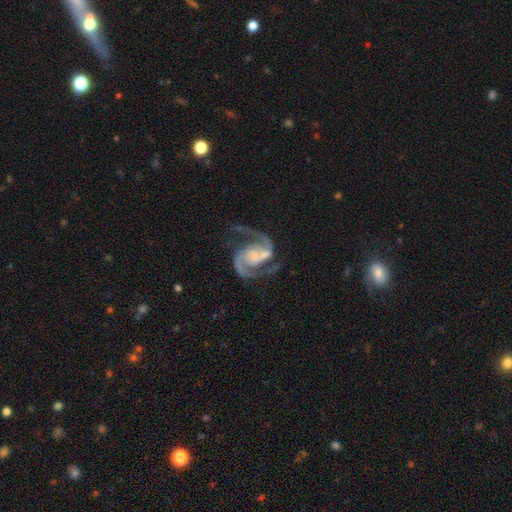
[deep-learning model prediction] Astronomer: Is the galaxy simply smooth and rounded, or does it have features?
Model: featured or disk — 93%.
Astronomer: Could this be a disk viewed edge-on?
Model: no — 98%.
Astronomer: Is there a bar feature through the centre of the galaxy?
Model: no — 44% (runner-up: weak, 37%).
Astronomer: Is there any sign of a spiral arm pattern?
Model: yes — 98%.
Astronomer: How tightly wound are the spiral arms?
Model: medium — 62%.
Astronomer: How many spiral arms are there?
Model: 2 — 94%.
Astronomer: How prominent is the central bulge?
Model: none — 43% (runner-up: small, 25%).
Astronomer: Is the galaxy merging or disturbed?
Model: none — 71%.